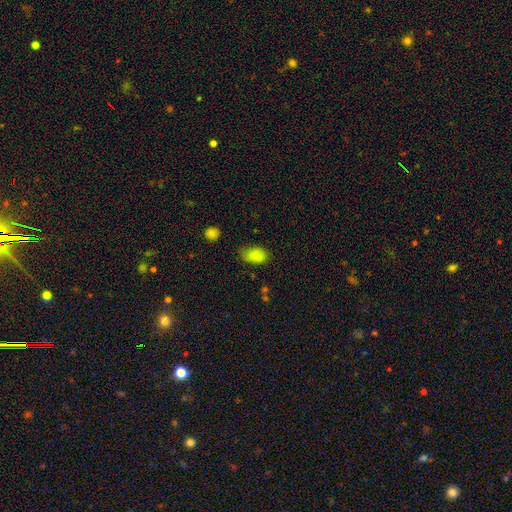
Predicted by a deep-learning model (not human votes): Morphology: type=smooth (84%); roundness=in between (90%); merging=none (66%).